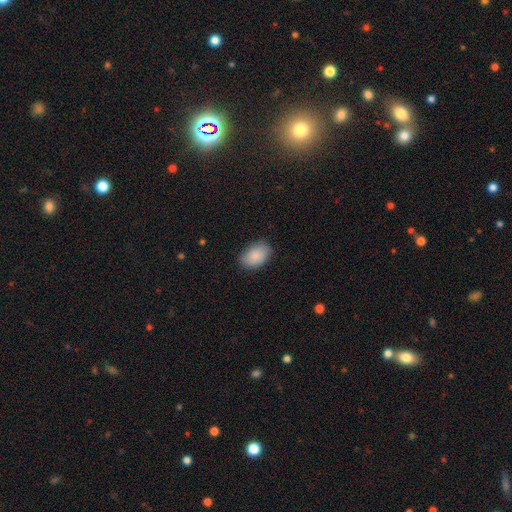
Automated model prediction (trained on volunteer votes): Smooth or featured? Predicted: smooth (p=0.88). How rounded? Predicted: in between (p=0.90). Merging? Predicted: none (p=0.82).